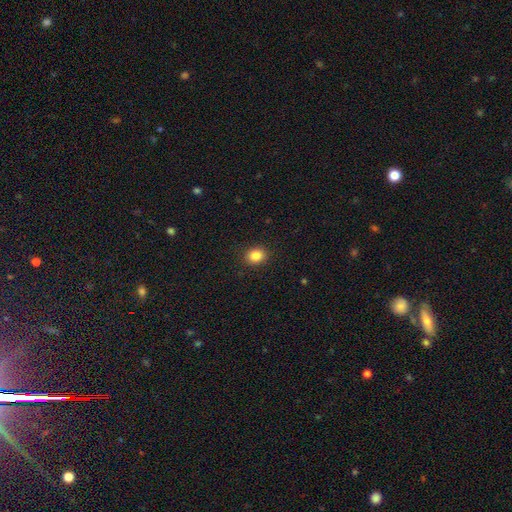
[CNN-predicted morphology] This appears to be a smooth galaxy with no disk features (85%) that is round (66%). Merging: none (91%).